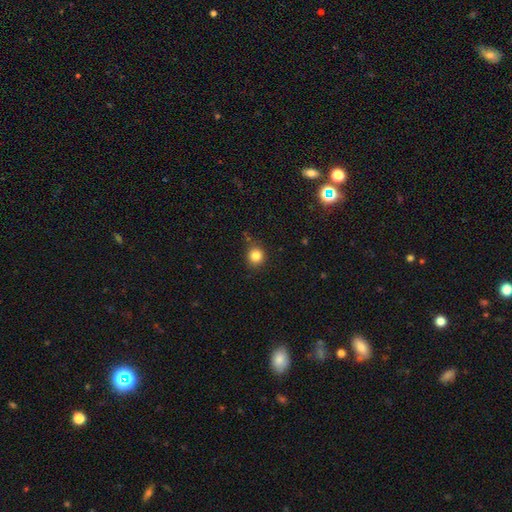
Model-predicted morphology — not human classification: Smooth or featured? smooth (84%)
How rounded? round (90%)
Merging? none (84%)